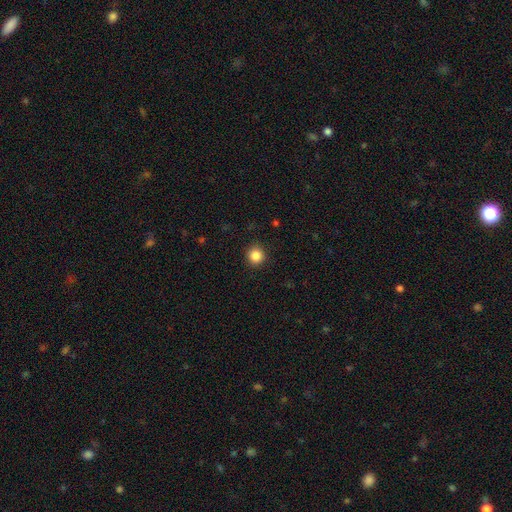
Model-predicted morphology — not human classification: smooth_or_featured: smooth (p=0.86) [alt: star or artifact p=0.11]
how_rounded: round (p=0.93) [alt: in between p=0.06]
merging: none (p=0.91) [alt: minor disturbance p=0.06]